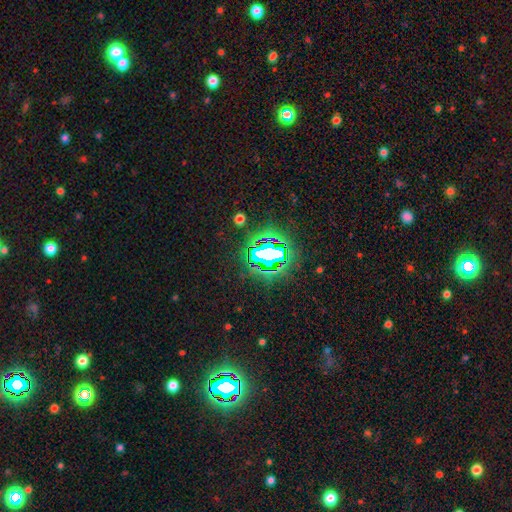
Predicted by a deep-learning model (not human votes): A star or artifact, not a galaxy (79%).